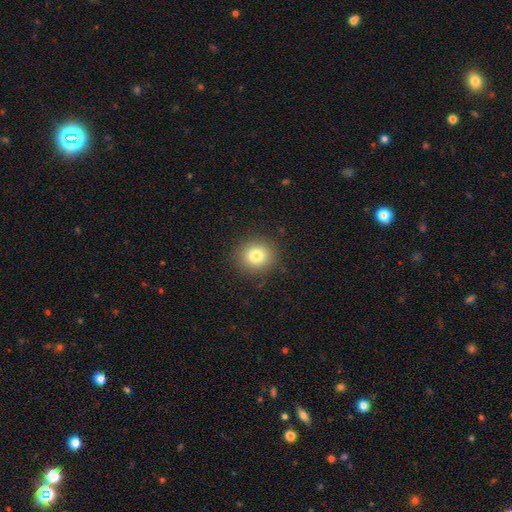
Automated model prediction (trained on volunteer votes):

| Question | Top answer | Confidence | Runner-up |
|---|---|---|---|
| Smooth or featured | smooth | 80% | star or artifact (12%) |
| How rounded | round | 87% | in between (12%) |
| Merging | none | 90% | minor disturbance (7%) |